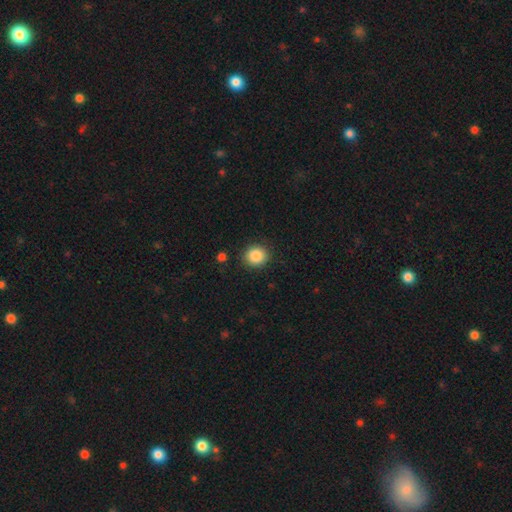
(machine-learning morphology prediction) smooth_or_featured: smooth (p=0.85) [alt: star or artifact p=0.09]
how_rounded: round (p=0.84) [alt: in between p=0.15]
merging: none (p=0.89) [alt: minor disturbance p=0.07]